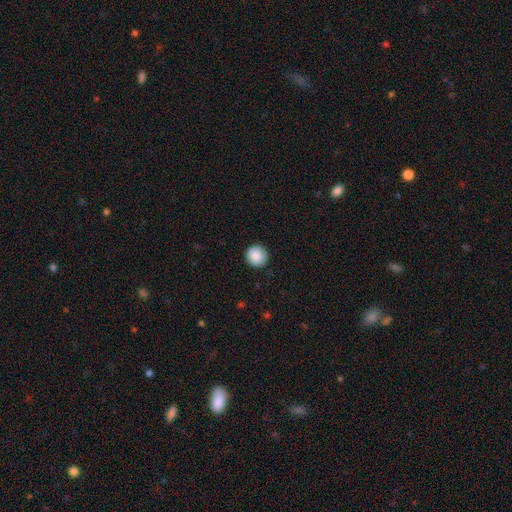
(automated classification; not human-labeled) smooth_or_featured: smooth (p=0.88) [alt: star or artifact p=0.08]
how_rounded: round (p=0.94) [alt: in between p=0.05]
merging: none (p=0.89) [alt: minor disturbance p=0.08]